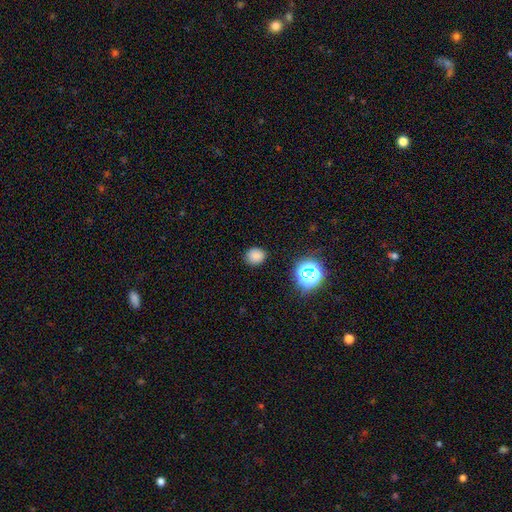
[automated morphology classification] smooth-or-featured: smooth: 78% | star or artifact: 17% | featured or disk: 5%
  how-rounded: round: 80% | in between: 19% | cigar-shaped: 1%
  merging: none: 88% | minor disturbance: 9% | major disturbance: 2% | merger: 1%